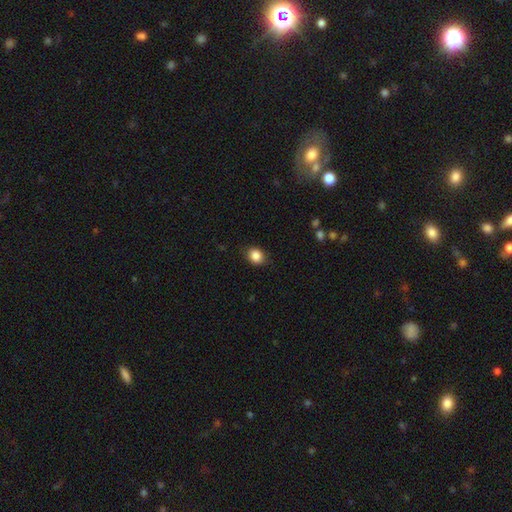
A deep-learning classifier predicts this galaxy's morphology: This appears to be a smooth galaxy with no disk features (86%) that is round (54%). Merging: none (85%).